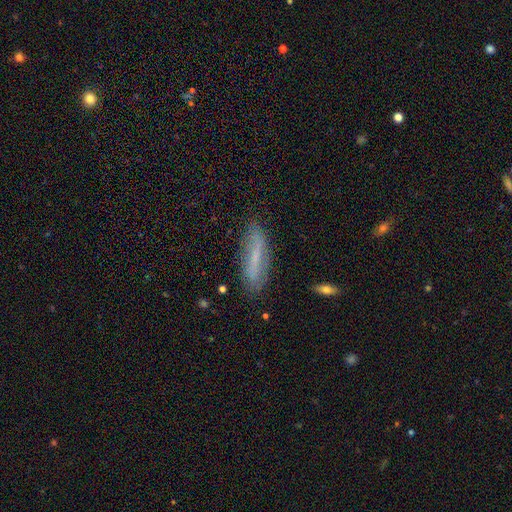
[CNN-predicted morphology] Smooth or featured? Predicted: smooth (p=0.47). Merging? Predicted: none (p=0.78).